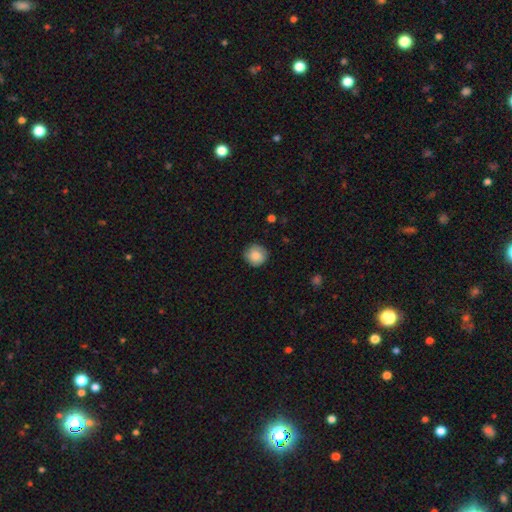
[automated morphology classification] This appears to be a smooth galaxy with no disk features (86%) that is round (92%). Merging: none (86%).